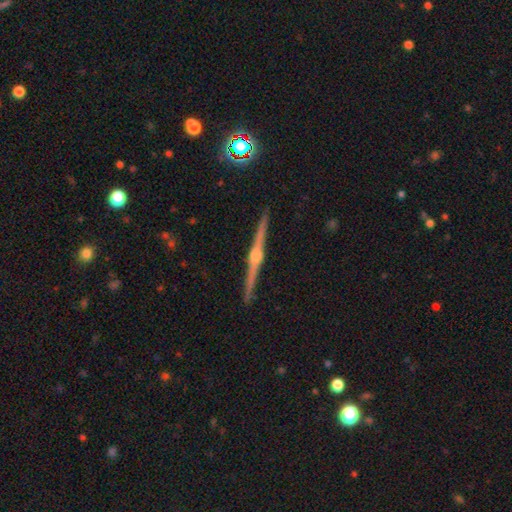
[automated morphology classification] type=featured or disk (87%); edge-on=yes (99%); edge-on bulge=rounded (91%); merging=none (93%).